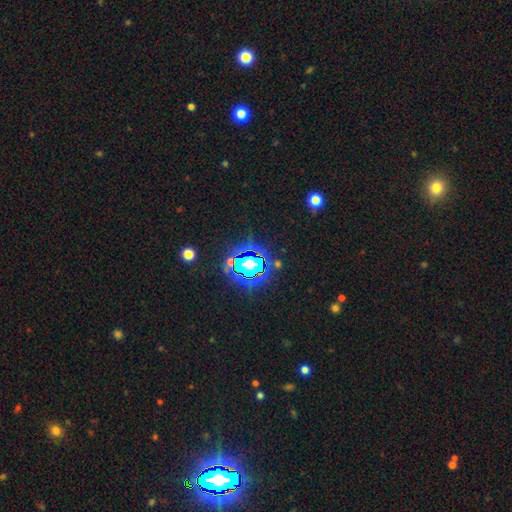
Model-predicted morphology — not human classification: Q: Smooth or featured?
A: star or artifact (69%); runner-up: smooth (19%)